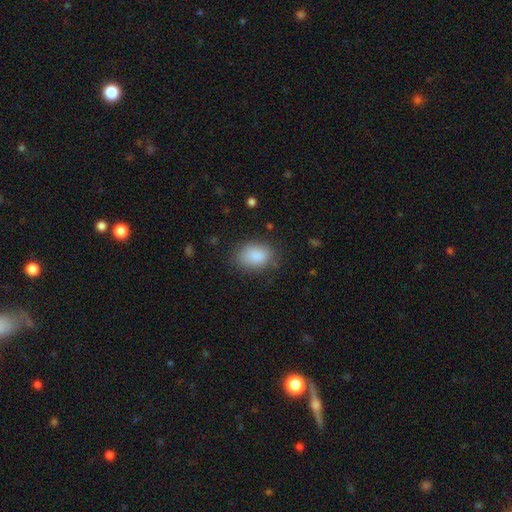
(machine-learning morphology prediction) A smooth galaxy with no disk features (88%) that is in between round and cigar-shaped (79%). Merging: none (79%).